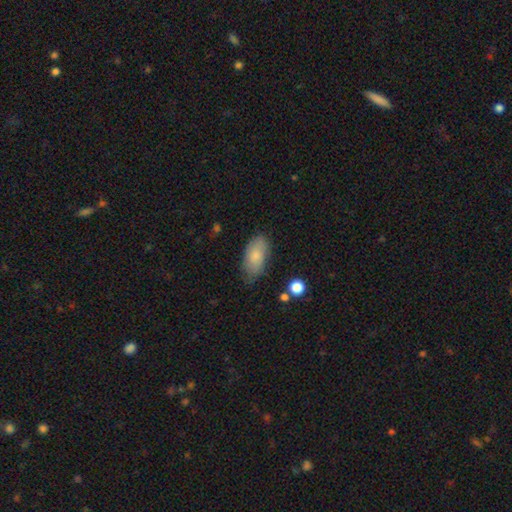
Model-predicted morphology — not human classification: smooth 80%, featured or disk 13%, star or artifact 7%. Down the decision tree: how rounded — in between (92%); merging — none (72%).